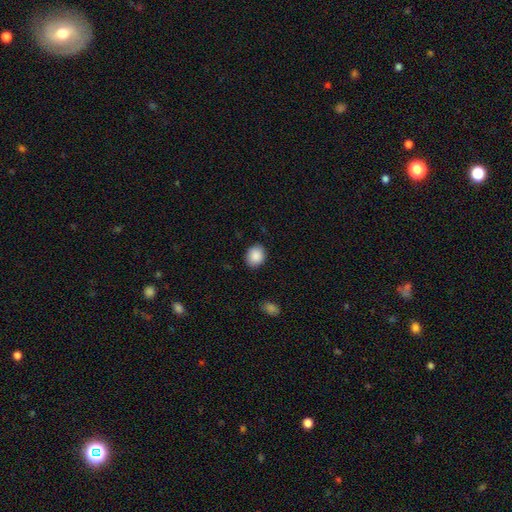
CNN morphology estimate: smooth-or-featured: smooth: 89% | star or artifact: 8% | featured or disk: 3%
  how-rounded: round: 56% | in between: 43% | cigar-shaped: 1%
  merging: none: 87% | minor disturbance: 9% | major disturbance: 2% | merger: 1%